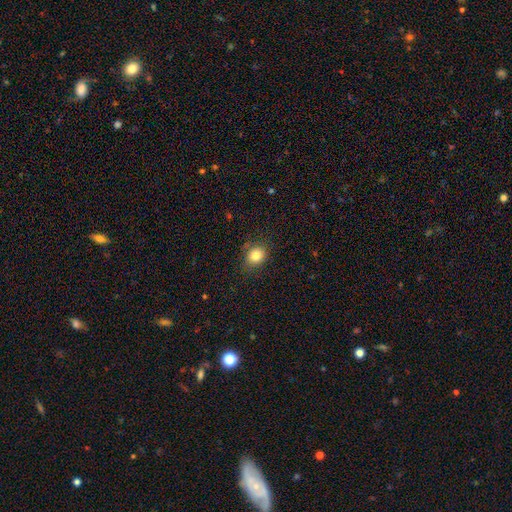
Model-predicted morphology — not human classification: smooth-or-featured: smooth: 83% | star or artifact: 10% | featured or disk: 6%
  how-rounded: round: 62% | in between: 37% | cigar-shaped: 1%
  merging: none: 78% | minor disturbance: 17% | major disturbance: 5% | merger: 1%